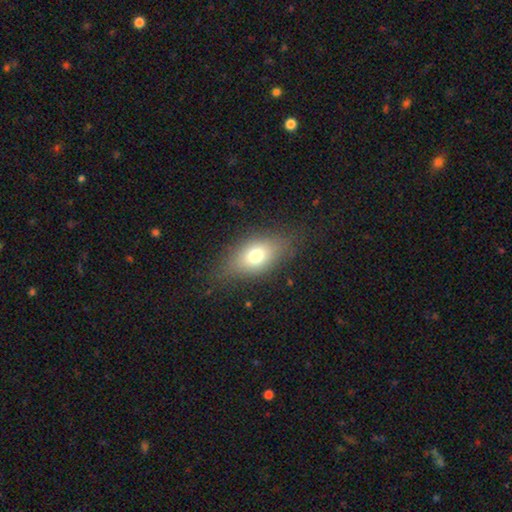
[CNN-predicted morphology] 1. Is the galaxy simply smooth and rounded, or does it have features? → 71% smooth, 18% featured or disk, 11% star or artifact.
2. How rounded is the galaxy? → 80% in between, 15% round, 5% cigar-shaped.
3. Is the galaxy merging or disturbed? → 76% none, 16% minor disturbance, 6% major disturbance, 1% merger.